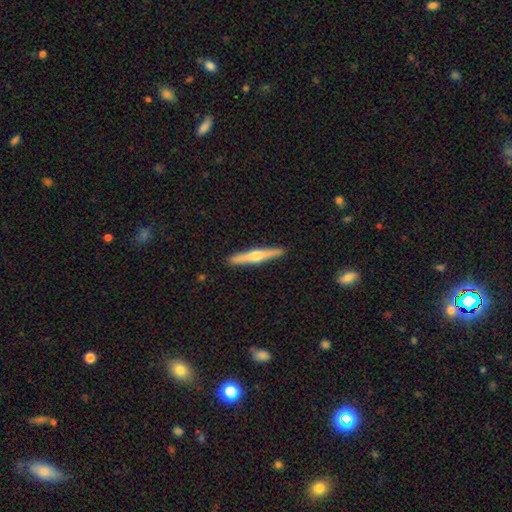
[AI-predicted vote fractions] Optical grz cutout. It shows a featured or disk galaxy (63%) viewed edge-on (97%) with a rounded central bulge (90%). Merging: none (92%).